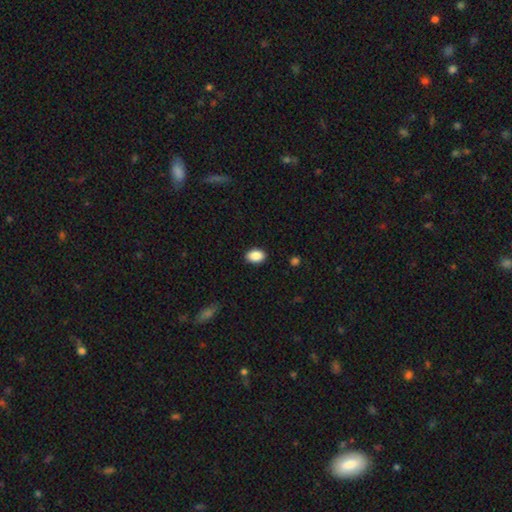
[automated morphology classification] A smooth galaxy with no disk features (89%) that is in between round and cigar-shaped (85%).

Vote fractions:
- Smooth or featured? smooth: 89% / star or artifact: 8% / featured or disk: 3%
- How rounded? in between: 85% / round: 13% / cigar-shaped: 1%
- Merging? none: 89% / minor disturbance: 9% / major disturbance: 2% / merger: 1%